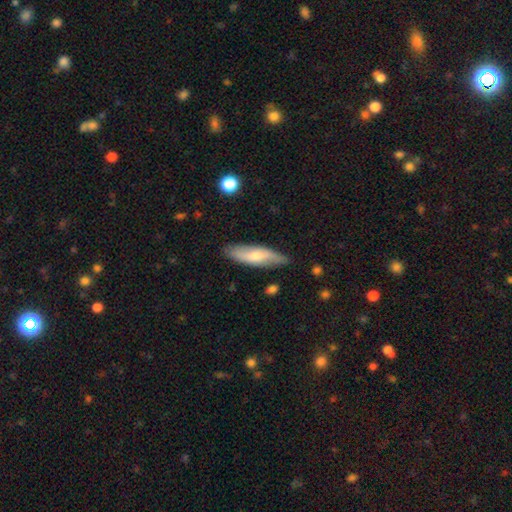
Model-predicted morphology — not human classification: Overall: smooth (52%; featured or disk 42%). How rounded: cigar-shaped (53%; in between 44%). Merging: none (80%).